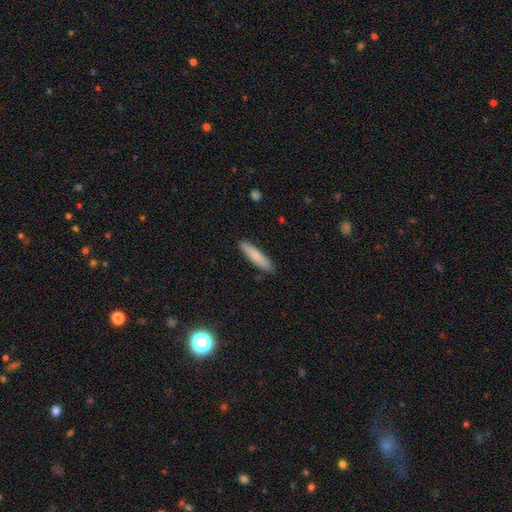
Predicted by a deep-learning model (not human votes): This is likely a smooth galaxy (73%). How rounded: clearly cigar-shaped (81%). Merging: clearly none (89%).